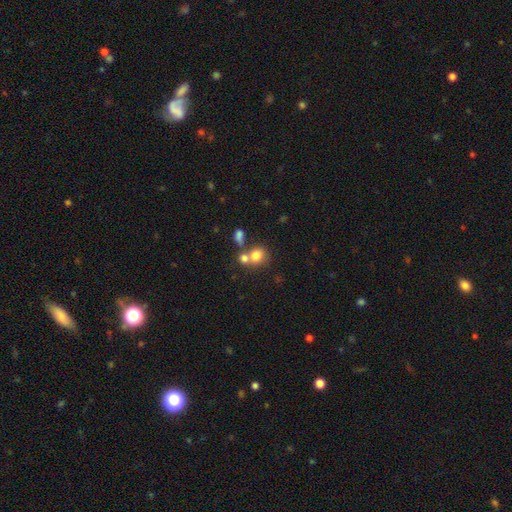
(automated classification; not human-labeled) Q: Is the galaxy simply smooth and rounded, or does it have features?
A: smooth — 76%.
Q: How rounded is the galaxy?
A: round — 72%.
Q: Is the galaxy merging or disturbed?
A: merger — 44%.